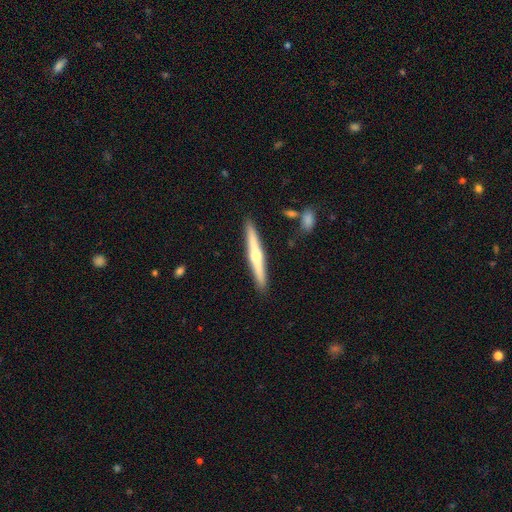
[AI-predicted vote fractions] This appears to be a featured or disk galaxy (68%) viewed edge-on (97%) with a rounded central bulge (88%). Merging: none (90%).